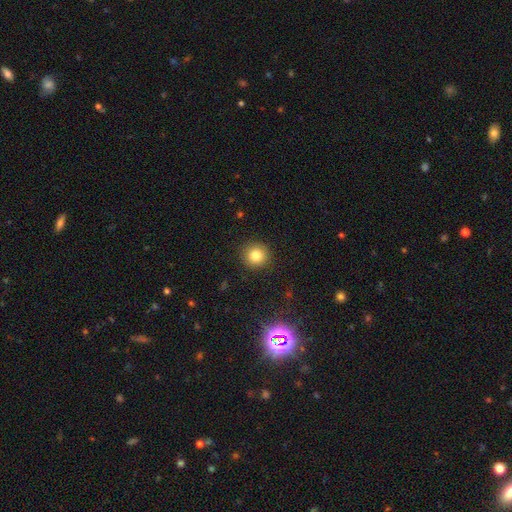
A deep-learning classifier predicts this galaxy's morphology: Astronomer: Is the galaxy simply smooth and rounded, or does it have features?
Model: smooth — 81%.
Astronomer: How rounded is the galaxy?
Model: round — 93%.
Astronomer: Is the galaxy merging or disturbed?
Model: none — 91%.